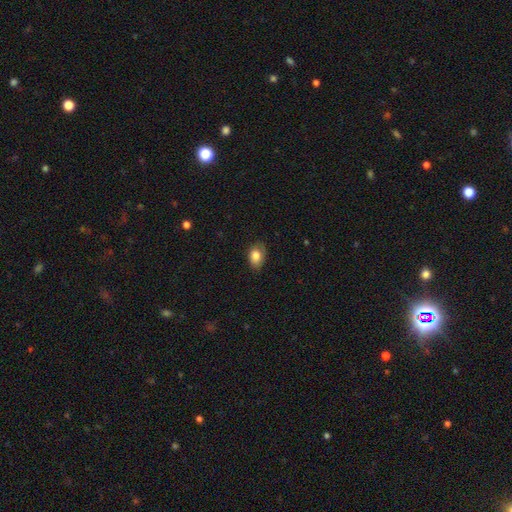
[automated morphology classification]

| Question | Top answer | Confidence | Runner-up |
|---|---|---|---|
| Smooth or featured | smooth | 83% | featured or disk (9%) |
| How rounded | in between | 82% | round (16%) |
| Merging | none | 71% | minor disturbance (23%) |